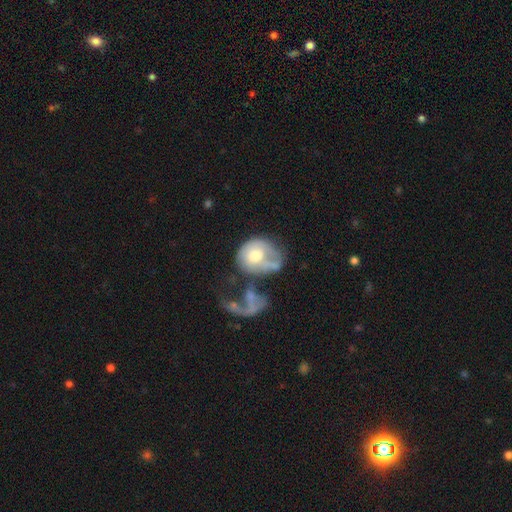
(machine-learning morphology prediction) The model was most divided on "smooth or featured": smooth: 50%, featured or disk: 43%, star or artifact: 8%. Remaining: merging — major disturbance (40%).